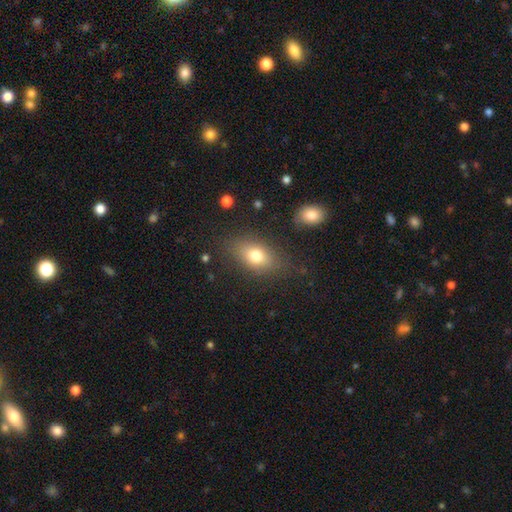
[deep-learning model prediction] A smooth galaxy with no disk features (75%) that is in between round and cigar-shaped (81%). Merging: none (79%).